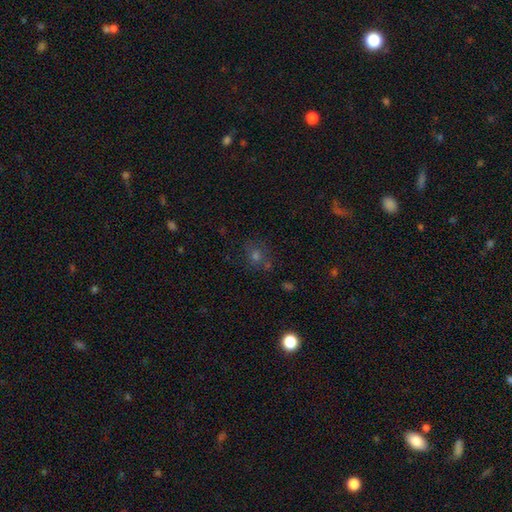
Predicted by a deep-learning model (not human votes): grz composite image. It shows a smooth galaxy with no disk features (48%). Merging: none (71%).